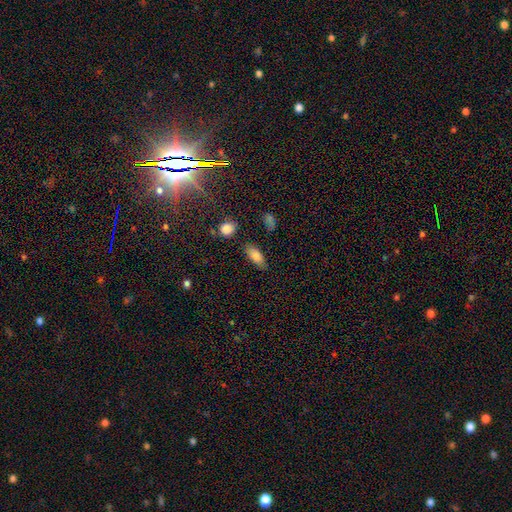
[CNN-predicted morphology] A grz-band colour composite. It shows a smooth galaxy with no disk features (81%) that is in between round and cigar-shaped (84%). Merging: none (80%).